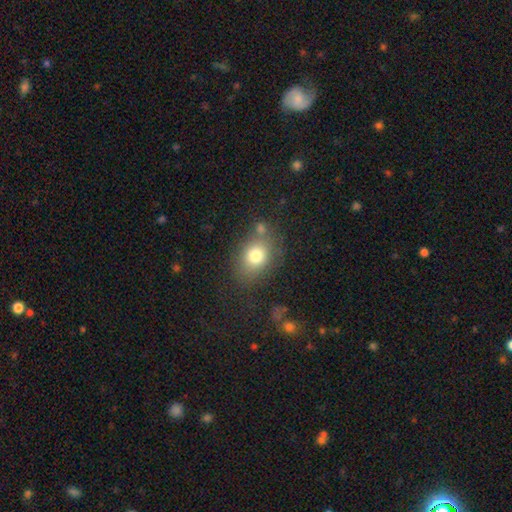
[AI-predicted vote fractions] smooth 78%, featured or disk 11%, star or artifact 11%. Down the decision tree: how rounded — in between (60%); merging — none (68%).